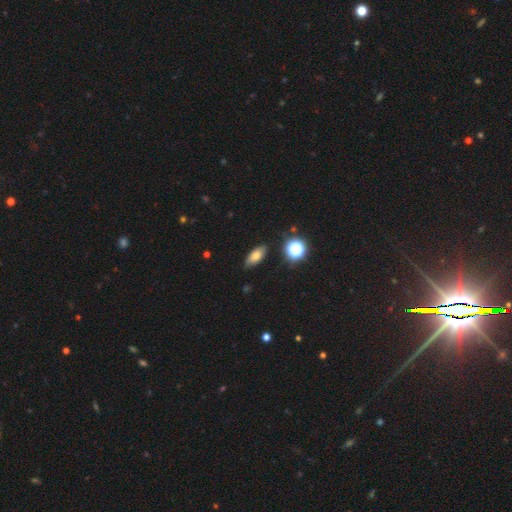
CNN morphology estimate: Smooth or featured? smooth (72%)
How rounded? in between (81%)
Merging? none (83%)